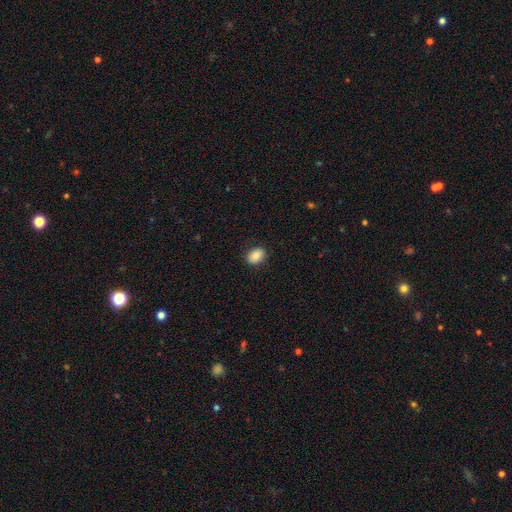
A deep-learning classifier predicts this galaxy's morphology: This is clearly a smooth galaxy (83%). How rounded: likely in between (61%). Merging: clearly none (87%).